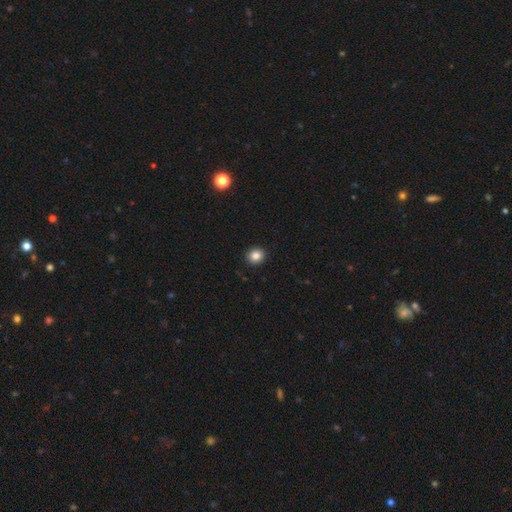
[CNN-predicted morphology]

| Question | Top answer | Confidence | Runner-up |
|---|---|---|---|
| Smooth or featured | smooth | 85% | star or artifact (11%) |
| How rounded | round | 82% | in between (18%) |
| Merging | none | 92% | minor disturbance (5%) |